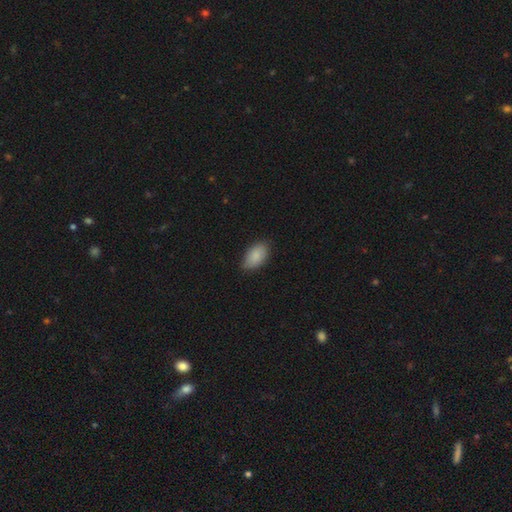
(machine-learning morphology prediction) Smooth or featured: smooth — 87% (star or artifact — 7%)
How rounded: in between — 93% (round — 5%)
Merging: none — 77% (minor disturbance — 19%)